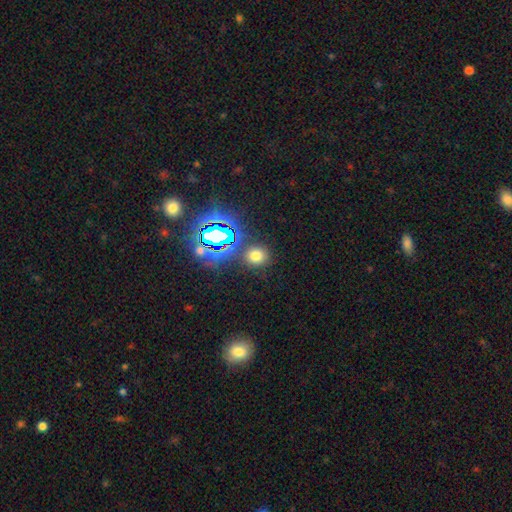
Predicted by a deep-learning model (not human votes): A smooth galaxy with no disk features (66%) that is round (80%). Merging: none (83%).